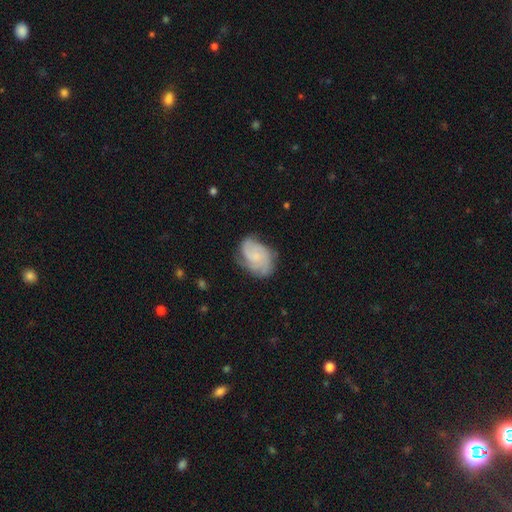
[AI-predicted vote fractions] Smooth or featured: featured or disk — 70% (smooth — 23%)
Edge-on disk: no — 98% (yes — 2%)
Bar: no — 71% (weak — 26%)
Spiral arms: yes — 94% (no — 6%)
Spiral winding: tight — 43% (medium — 42%)
Spiral arm count: 3 — 35% (2 — 25%)
Bulge size: small — 57% (none — 24%)
Merging: none — 66% (minor disturbance — 24%)